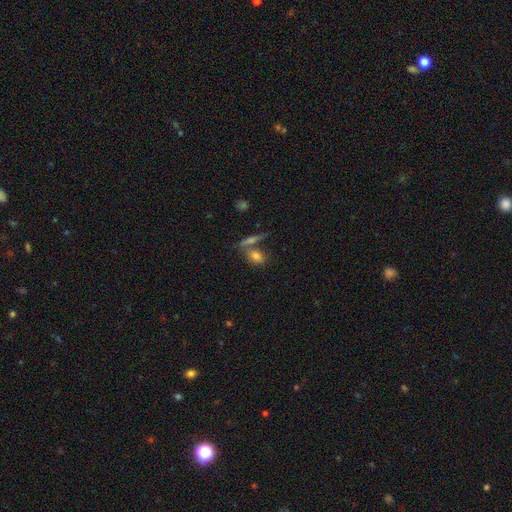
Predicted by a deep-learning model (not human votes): This appears to be a smooth galaxy with no disk features (73%) that is in between round and cigar-shaped (72%). Merging: none (50%).